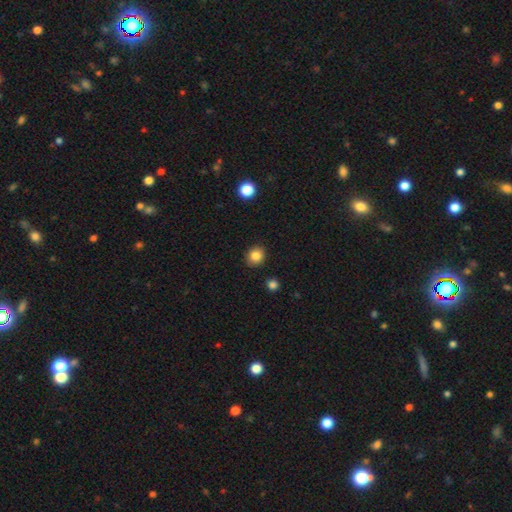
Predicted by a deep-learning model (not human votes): A smooth galaxy with no disk features (85%) that is round (80%).

Vote fractions:
- Smooth or featured? smooth: 85% / star or artifact: 10% / featured or disk: 5%
- How rounded? round: 80% / in between: 19% / cigar-shaped: 1%
- Merging? none: 89% / minor disturbance: 7% / major disturbance: 2% / merger: 2%